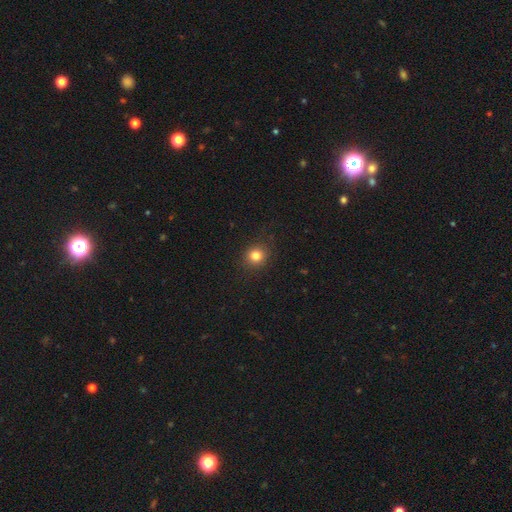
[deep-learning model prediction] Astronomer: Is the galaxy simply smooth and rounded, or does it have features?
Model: smooth — 81%.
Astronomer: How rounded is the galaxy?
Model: round — 85%.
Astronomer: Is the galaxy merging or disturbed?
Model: none — 88%.